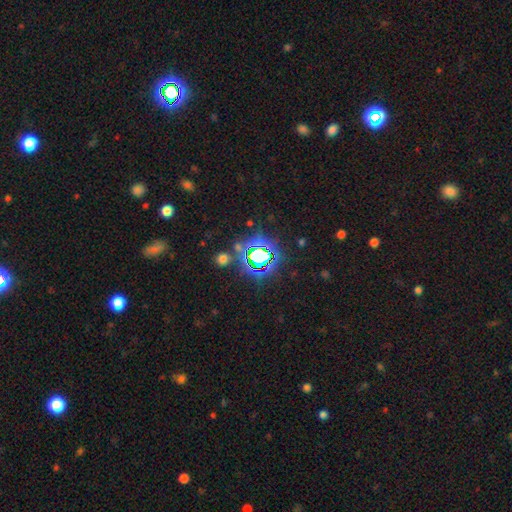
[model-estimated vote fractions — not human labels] Overall: star or artifact (70%).